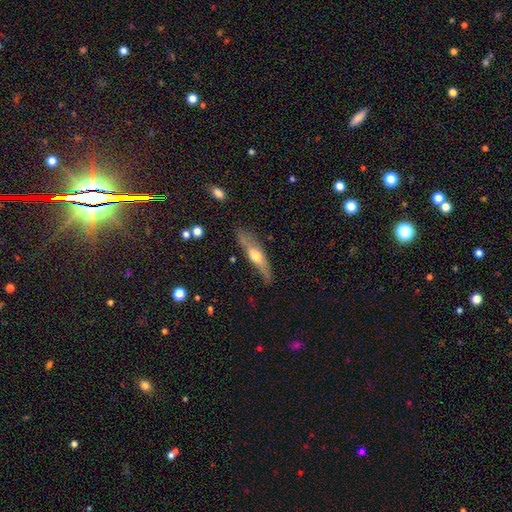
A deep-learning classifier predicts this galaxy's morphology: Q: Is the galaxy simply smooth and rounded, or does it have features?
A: featured or disk — 56%.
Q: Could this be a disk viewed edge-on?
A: yes — 86%.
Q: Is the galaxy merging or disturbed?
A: none — 77%.